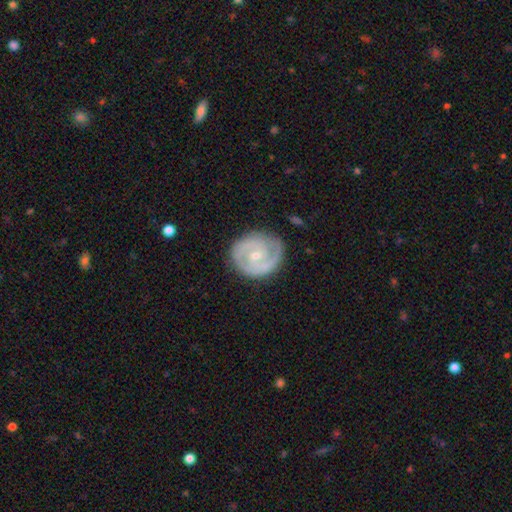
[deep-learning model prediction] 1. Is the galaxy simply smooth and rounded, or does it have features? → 82% featured or disk, 13% smooth, 5% star or artifact.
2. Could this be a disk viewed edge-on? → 97% no, 3% yes.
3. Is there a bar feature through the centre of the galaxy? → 65% no, 28% weak, 7% strong.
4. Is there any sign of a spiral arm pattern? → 93% yes, 7% no.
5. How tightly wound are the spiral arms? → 59% tight, 33% medium, 8% loose.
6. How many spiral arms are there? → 67% 2, 13% can't tell, 9% 3, 6% 1, 2% 4, 2% more than 4.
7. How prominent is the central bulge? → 66% small, 31% moderate, 1% none, 1% large, 1% dominant.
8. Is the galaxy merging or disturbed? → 79% none, 15% minor disturbance, 5% major disturbance, 1% merger.